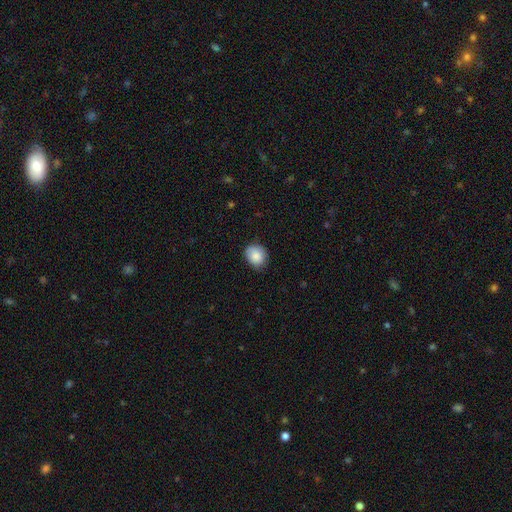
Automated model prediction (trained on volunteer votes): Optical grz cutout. It shows a smooth galaxy with no disk features (87%) that is round (63%). Merging: none (74%).